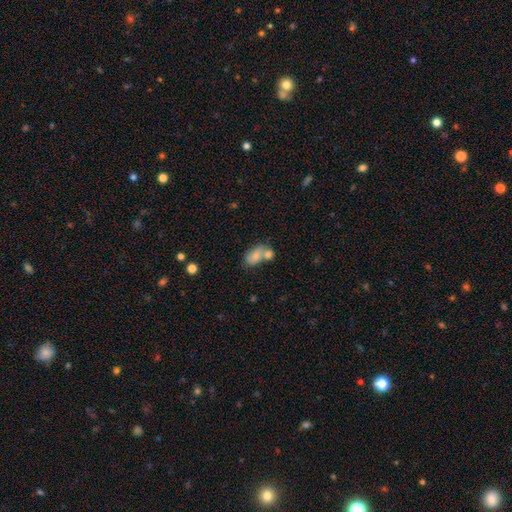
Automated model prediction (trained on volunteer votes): Morphology: type=smooth (78%); roundness=in between (86%); merging=merger (52%).